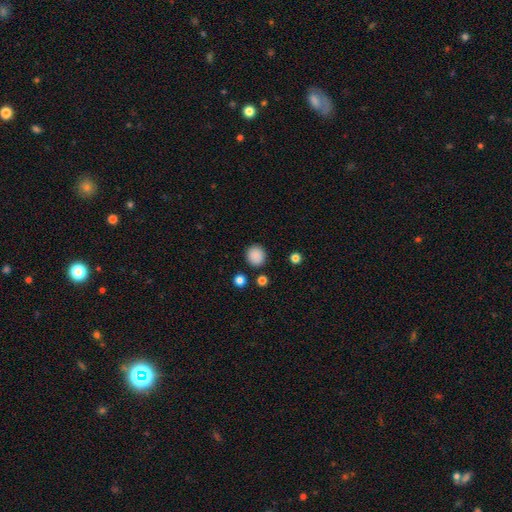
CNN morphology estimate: This is clearly a smooth galaxy (87%). How rounded: clearly round (89%). Merging: clearly none (89%).